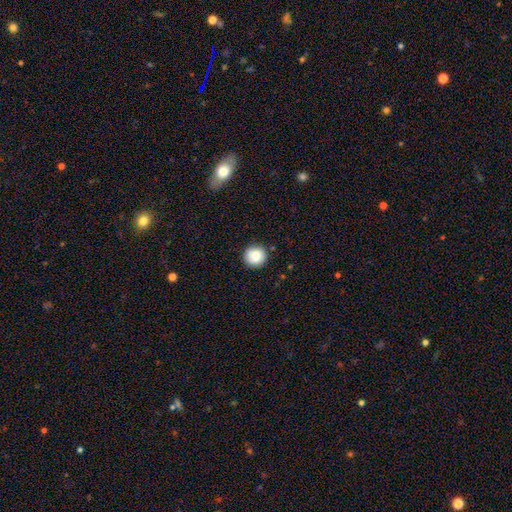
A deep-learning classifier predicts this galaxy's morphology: smooth 83%, star or artifact 9%, featured or disk 9%. Down the decision tree: how rounded — round (92%); merging — none (87%).